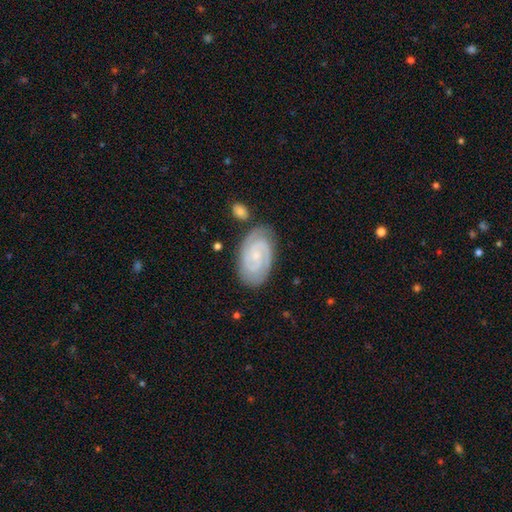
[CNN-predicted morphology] The model was most divided on "bar": no: 60%, weak: 33%, strong: 7%. More confident: spiral arms — yes (98%); edge-on disk — no (97%); smooth or featured — featured or disk (87%); merging — none (79%); spiral arm count — 2 (76%); bulge size — small (74%); spiral winding — tight (71%).